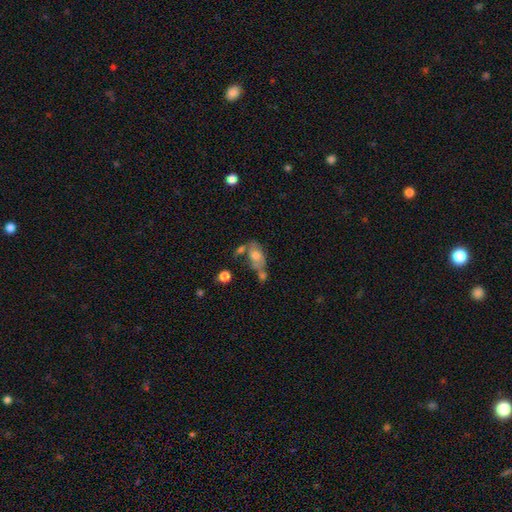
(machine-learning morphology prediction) Overall: smooth (57%; featured or disk 33%). How rounded: in between (83%). Merging: merger (34%; none 32%).